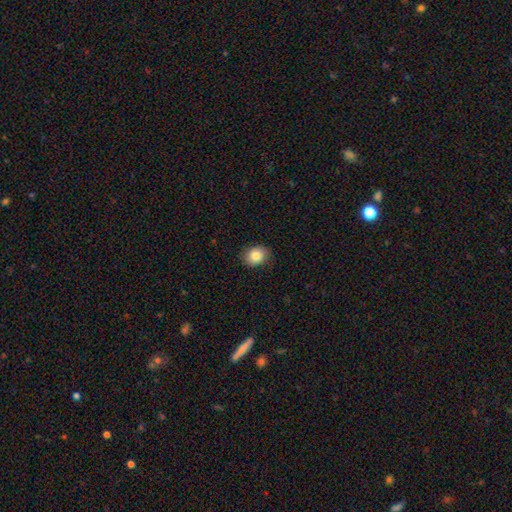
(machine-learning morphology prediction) This is clearly a smooth galaxy (84%). How rounded: possibly round (58%). Merging: clearly none (85%).